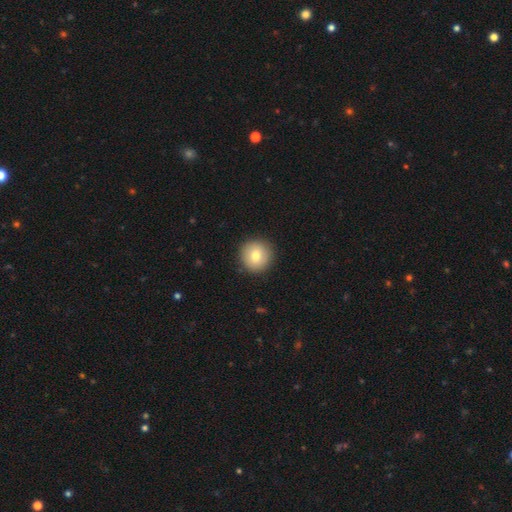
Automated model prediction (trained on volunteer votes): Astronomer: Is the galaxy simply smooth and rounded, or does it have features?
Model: smooth — 78%.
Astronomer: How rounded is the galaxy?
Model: round — 95%.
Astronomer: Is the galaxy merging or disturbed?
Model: none — 91%.